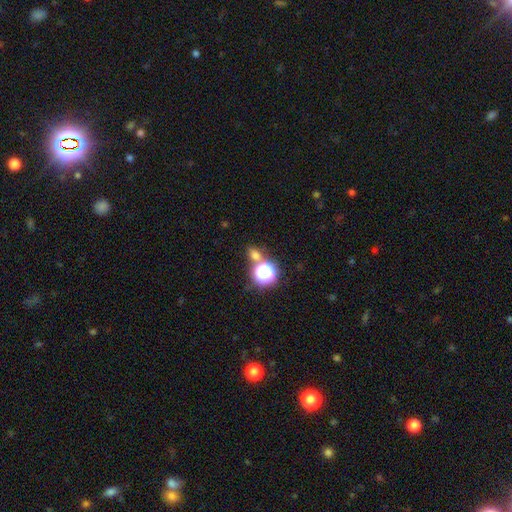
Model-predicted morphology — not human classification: smooth_or_featured: smooth (p=0.60) [alt: star or artifact p=0.32]
how_rounded: round (p=0.59) [alt: in between p=0.39]
merging: none (p=0.64) [alt: merger p=0.22]